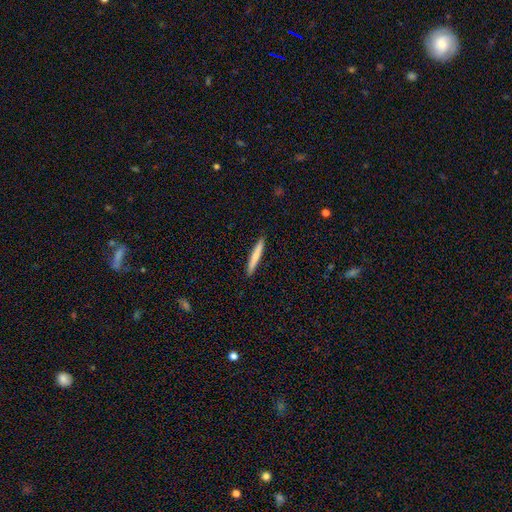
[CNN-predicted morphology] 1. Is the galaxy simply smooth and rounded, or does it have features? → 74% smooth, 21% featured or disk, 5% star or artifact.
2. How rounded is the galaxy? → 96% cigar-shaped, 3% in between, 1% round.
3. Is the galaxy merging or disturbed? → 92% none, 6% minor disturbance, 1% major disturbance, 1% merger.